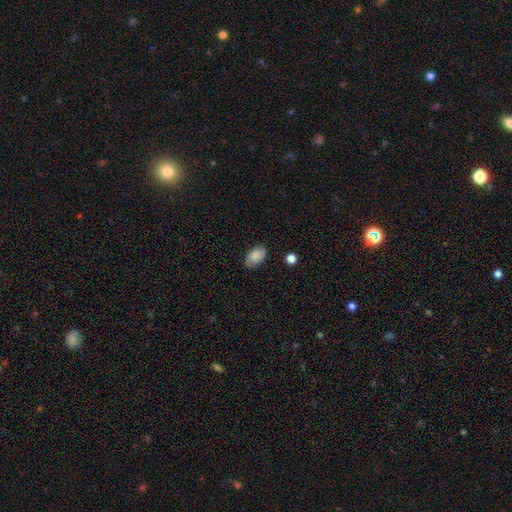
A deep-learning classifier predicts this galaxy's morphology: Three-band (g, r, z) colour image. It shows a smooth galaxy with no disk features (69%) that is in between round and cigar-shaped (91%). Merging: none (80%).